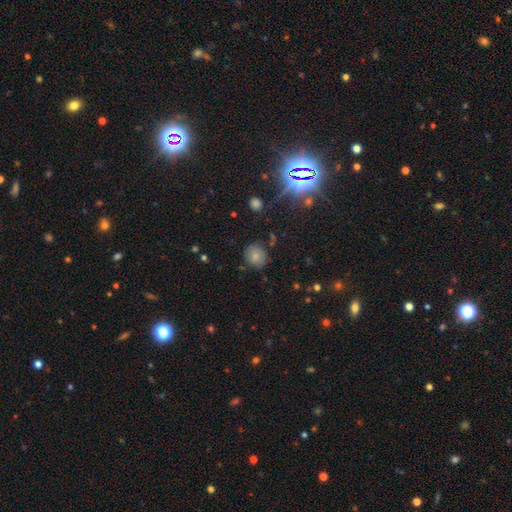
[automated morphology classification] type=smooth (76%); roundness=round (82%); merging=none (81%).